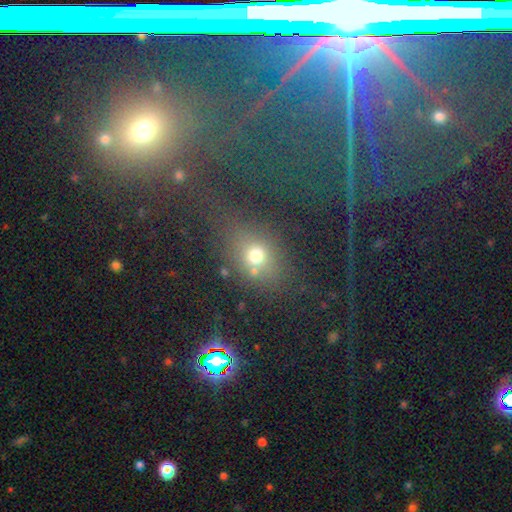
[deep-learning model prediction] Smooth or featured: smooth — 62% (star or artifact — 25%)
How rounded: round — 58% (in between — 38%)
Merging: none — 52% (merger — 20%)